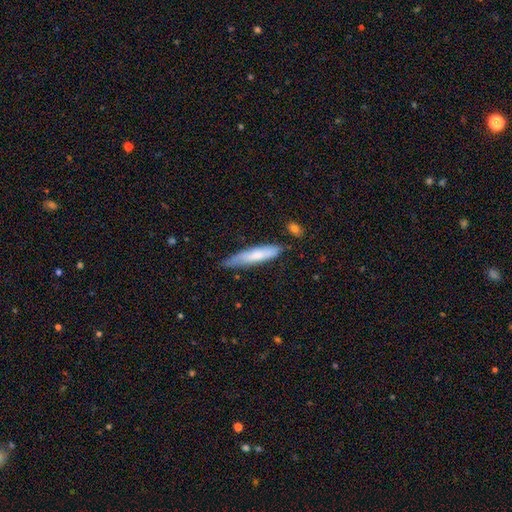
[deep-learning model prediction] Smooth or featured? smooth (68%)
How rounded? cigar-shaped (84%)
Merging? none (67%)